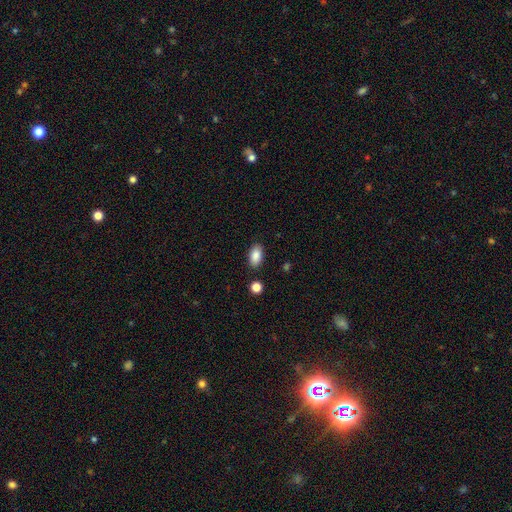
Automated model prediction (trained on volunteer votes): Smooth or featured? smooth (87%)
How rounded? in between (92%)
Merging? none (85%)